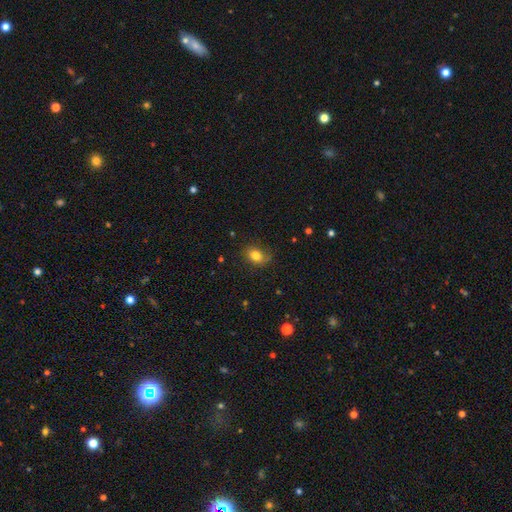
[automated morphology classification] smooth 78%, star or artifact 11%, featured or disk 11%. Down the decision tree: how rounded — in between (70%); merging — none (73%).